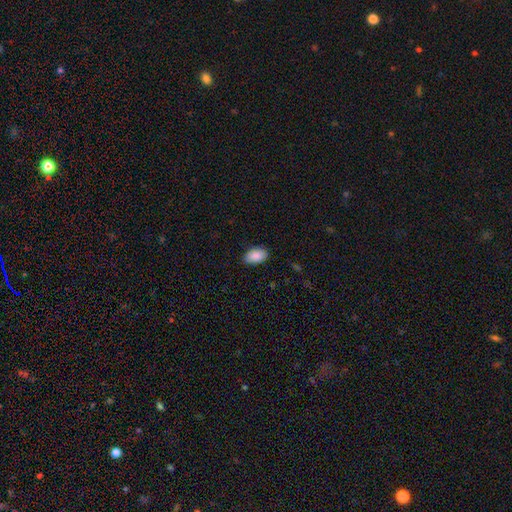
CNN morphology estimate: Overall: smooth (88%). How rounded: in between (93%). Merging: none (84%).